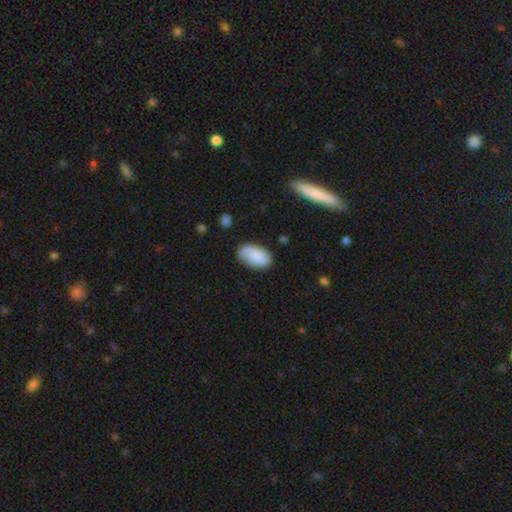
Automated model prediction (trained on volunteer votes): Smooth or featured? Predicted: smooth (p=0.69). How rounded? Predicted: in between (p=0.93). Merging? Predicted: none (p=0.74).